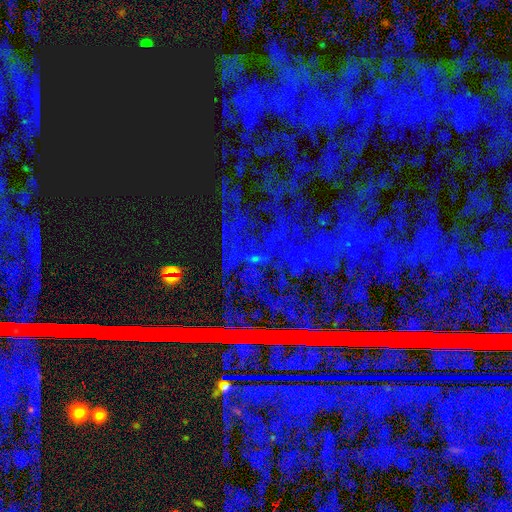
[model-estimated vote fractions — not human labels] Morphology: type=star or artifact (86%).